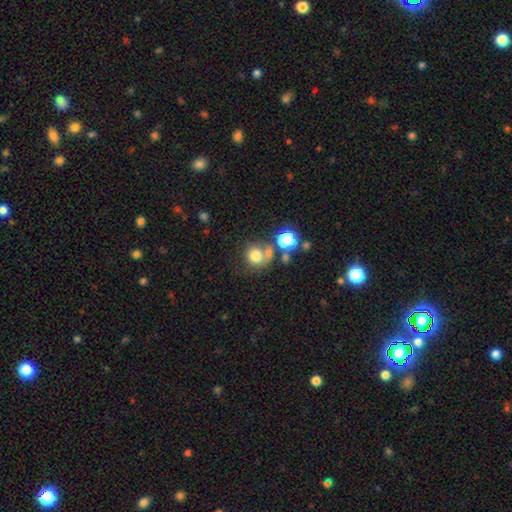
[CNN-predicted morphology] A smooth galaxy with no disk features (75%) that is round (85%).

Vote fractions:
- Smooth or featured? smooth: 75% / star or artifact: 14% / featured or disk: 11%
- How rounded? round: 85% / in between: 14% / cigar-shaped: 1%
- Merging? none: 51% / merger: 29% / minor disturbance: 13% / major disturbance: 8%